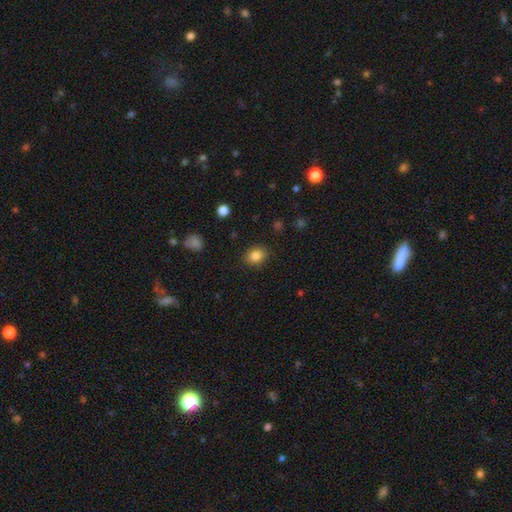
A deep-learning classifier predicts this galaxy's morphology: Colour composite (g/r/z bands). It shows a smooth galaxy with no disk features (85%) that is in between round and cigar-shaped (50%). Merging: none (87%).